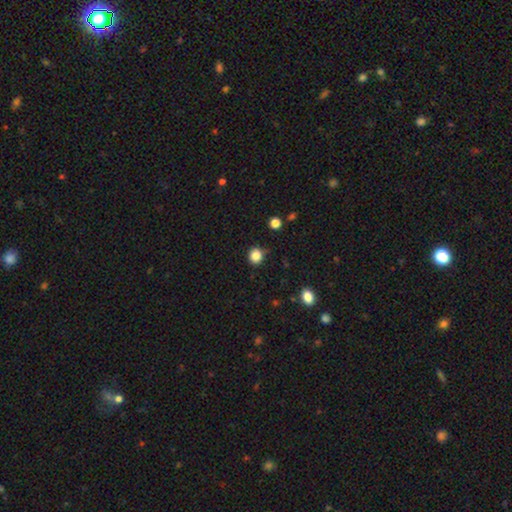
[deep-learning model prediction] The model was most divided on "how rounded": round: 85%, in between: 14%, cigar-shaped: 1%. More confident: merging — none (85%); smooth or featured — smooth (85%).